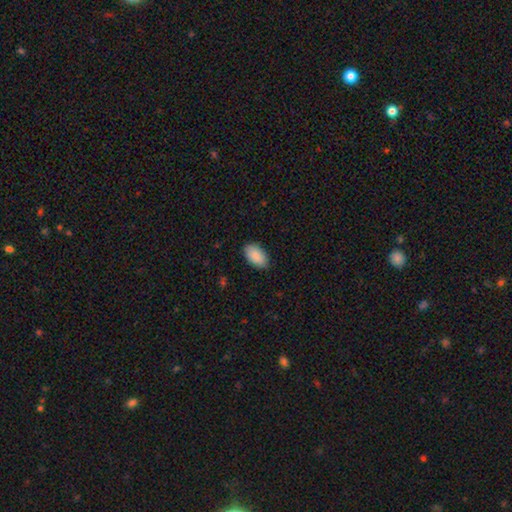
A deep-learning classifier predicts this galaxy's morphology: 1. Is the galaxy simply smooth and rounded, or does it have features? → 91% smooth, 6% star or artifact, 3% featured or disk.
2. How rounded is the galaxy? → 95% in between, 3% round, 1% cigar-shaped.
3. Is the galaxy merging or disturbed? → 87% none, 10% minor disturbance, 2% major disturbance, 1% merger.